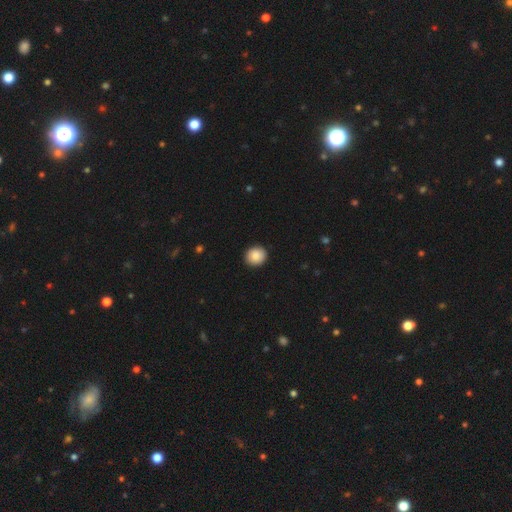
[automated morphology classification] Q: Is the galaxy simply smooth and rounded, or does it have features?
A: smooth — 87%.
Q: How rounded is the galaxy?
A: round — 85%.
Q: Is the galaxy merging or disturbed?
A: none — 92%.